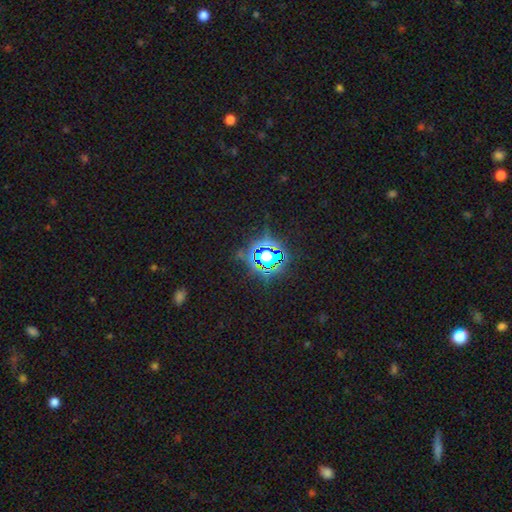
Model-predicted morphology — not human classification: Smooth or featured? Predicted: star or artifact (p=0.80).